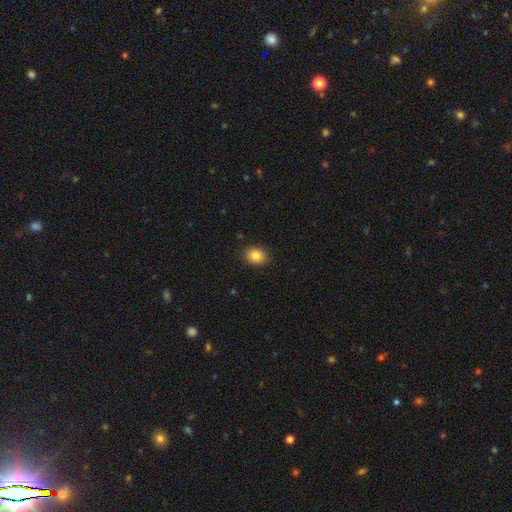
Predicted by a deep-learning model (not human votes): Smooth or featured? Predicted: smooth (p=0.85). How rounded? Predicted: in between (p=0.55). Merging? Predicted: none (p=0.88).